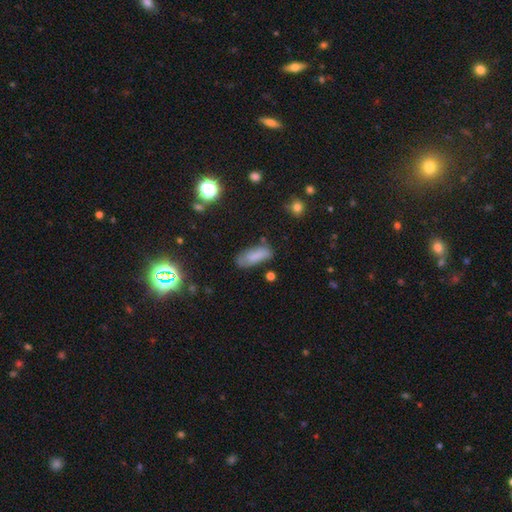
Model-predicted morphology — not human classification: A smooth galaxy with no disk features (75%) that is in between round and cigar-shaped (76%).

Vote fractions:
- Smooth or featured? smooth: 75% / featured or disk: 15% / star or artifact: 10%
- How rounded? in between: 76% / cigar-shaped: 21% / round: 3%
- Merging? none: 67% / minor disturbance: 23% / major disturbance: 7% / merger: 4%